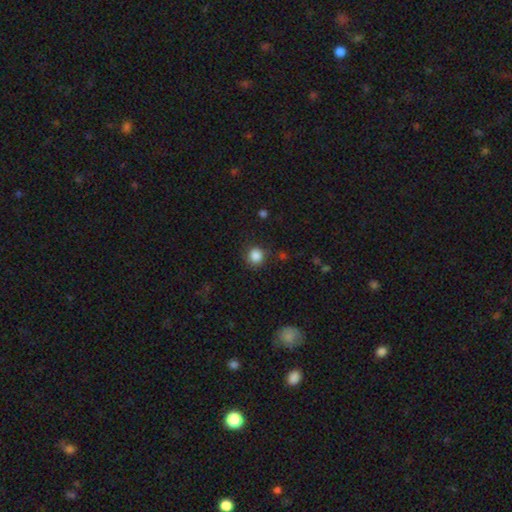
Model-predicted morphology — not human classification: Smooth or featured? Predicted: smooth (p=0.86). How rounded? Predicted: round (p=0.91). Merging? Predicted: none (p=0.85).